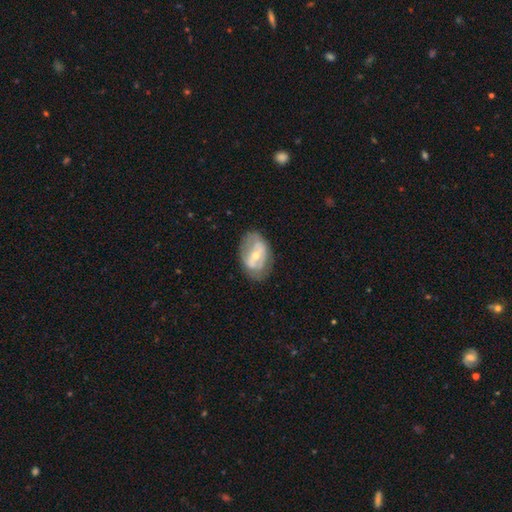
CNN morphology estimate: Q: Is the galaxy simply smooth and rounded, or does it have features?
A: featured or disk — 65%.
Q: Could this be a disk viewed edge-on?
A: no — 94%.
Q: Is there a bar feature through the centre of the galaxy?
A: weak — 34%, tied with strong.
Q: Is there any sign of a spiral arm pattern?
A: no — 59%.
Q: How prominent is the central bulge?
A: moderate — 50%.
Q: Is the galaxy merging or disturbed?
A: none — 68%.